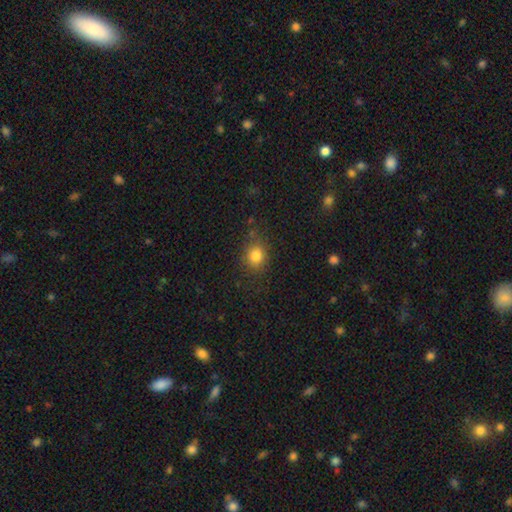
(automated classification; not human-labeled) Smooth or featured: smooth — 82% (star or artifact — 12%)
How rounded: round — 68% (in between — 31%)
Merging: none — 76% (minor disturbance — 16%)